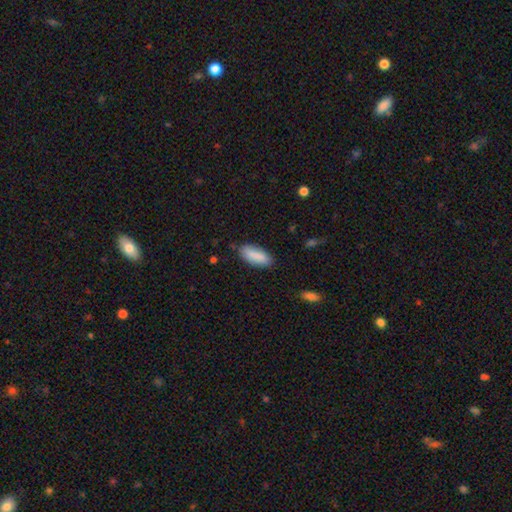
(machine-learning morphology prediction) A smooth galaxy with no disk features (87%) that is in between round and cigar-shaped (74%).

Vote fractions:
- Smooth or featured? smooth: 87% / featured or disk: 6% / star or artifact: 6%
- How rounded? in between: 74% / cigar-shaped: 24% / round: 2%
- Merging? none: 82% / minor disturbance: 13% / major disturbance: 3% / merger: 2%